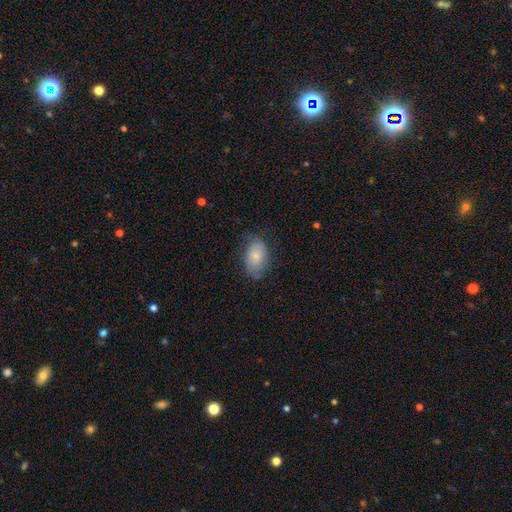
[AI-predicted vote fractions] This is likely a smooth galaxy (80%). How rounded: clearly in between (90%). Merging: likely none (69%).